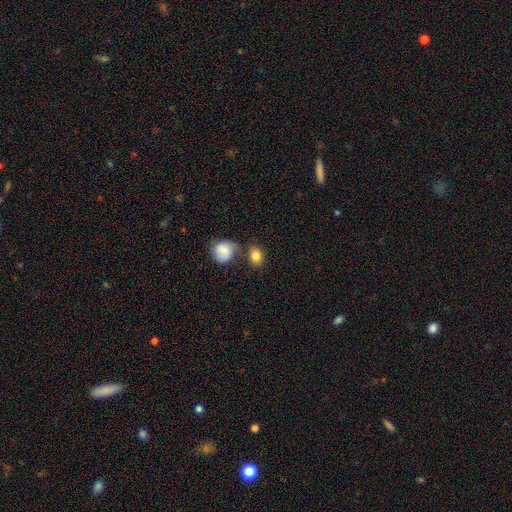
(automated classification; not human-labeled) Smooth or featured? Predicted: smooth (p=0.85). How rounded? Predicted: in between (p=0.55). Merging? Predicted: none (p=0.65).